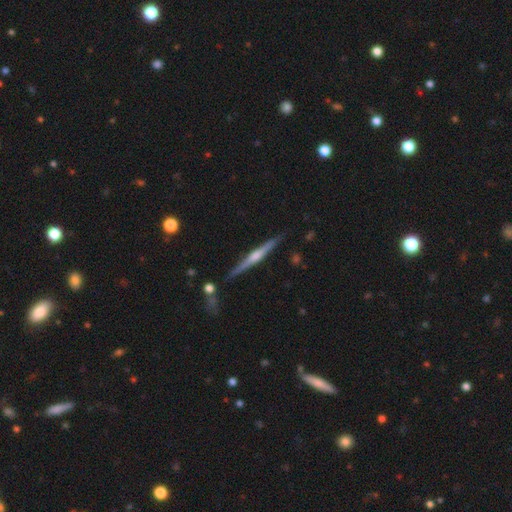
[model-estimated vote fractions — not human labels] This appears to be a featured or disk galaxy (82%) viewed edge-on (98%) with a rounded central bulge (79%). Merging: none (87%).